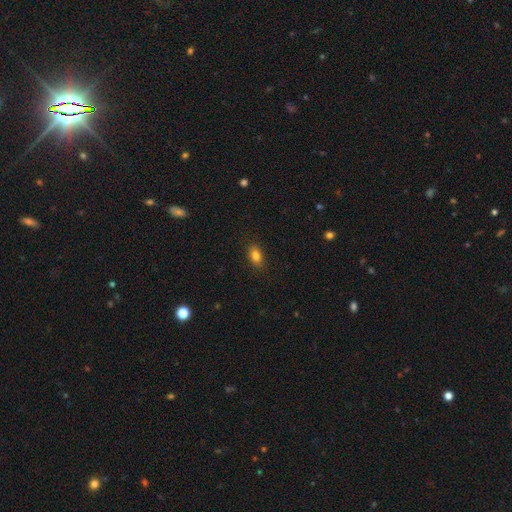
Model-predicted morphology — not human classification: A smooth galaxy with no disk features (82%) that is in between round and cigar-shaped (85%).

Vote fractions:
- Smooth or featured? smooth: 82% / star or artifact: 10% / featured or disk: 8%
- How rounded? in between: 85% / round: 12% / cigar-shaped: 3%
- Merging? none: 87% / minor disturbance: 10% / major disturbance: 2% / merger: 1%